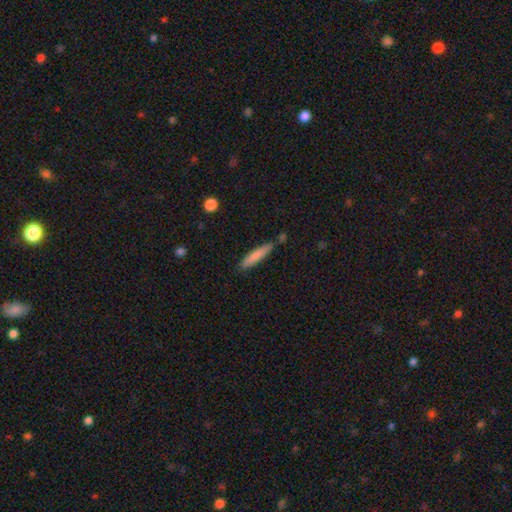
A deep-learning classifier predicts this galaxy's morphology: Smooth or featured? Predicted: smooth (p=0.79). How rounded? Predicted: cigar-shaped (p=0.90). Merging? Predicted: none (p=0.76).